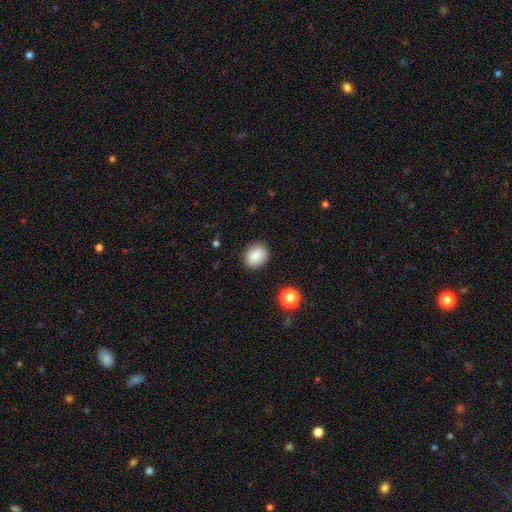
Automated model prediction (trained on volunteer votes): Smooth or featured? Predicted: smooth (p=0.87). How rounded? Predicted: round (p=0.53). Merging? Predicted: none (p=0.86).